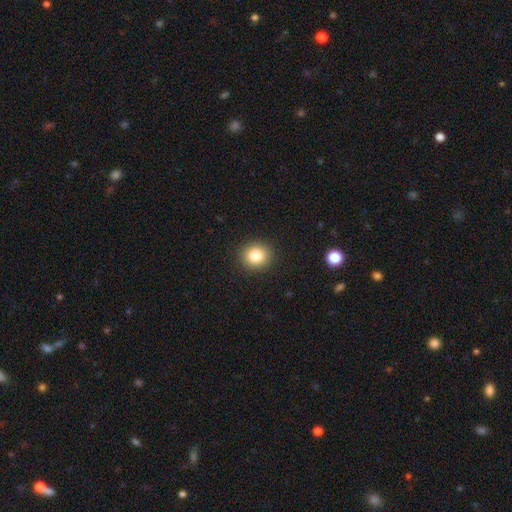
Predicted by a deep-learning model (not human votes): A smooth galaxy with no disk features (83%) that is round (80%).

Vote fractions:
- Smooth or featured? smooth: 83% / star or artifact: 10% / featured or disk: 7%
- How rounded? round: 80% / in between: 19% / cigar-shaped: 1%
- Merging? none: 91% / minor disturbance: 6% / major disturbance: 2% / merger: 1%